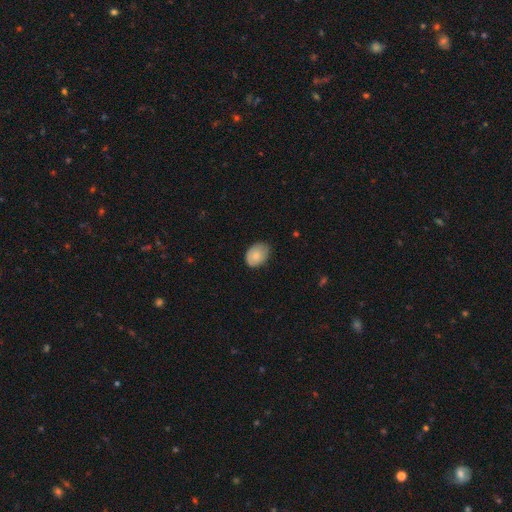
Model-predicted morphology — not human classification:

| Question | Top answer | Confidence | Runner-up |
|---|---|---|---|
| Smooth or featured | smooth | 82% | featured or disk (11%) |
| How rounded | in between | 73% | round (26%) |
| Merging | none | 67% | minor disturbance (28%) |